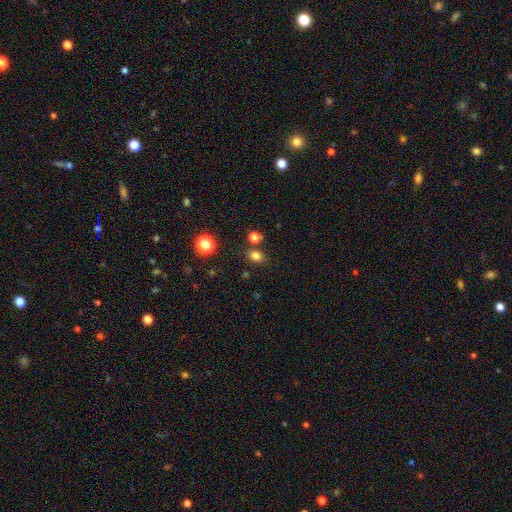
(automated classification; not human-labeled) smooth-or-featured: smooth: 78% | star or artifact: 16% | featured or disk: 6%
  how-rounded: in between: 52% | round: 47% | cigar-shaped: 1%
  merging: none: 78% | minor disturbance: 11% | merger: 8% | major disturbance: 3%